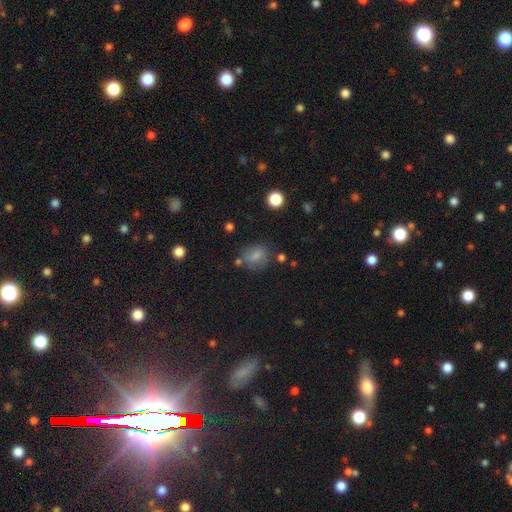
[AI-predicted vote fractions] Q: Smooth or featured?
A: smooth (68%); runner-up: featured or disk (19%)
Q: How rounded?
A: round (59%); runner-up: in between (39%)
Q: Merging?
A: none (62%); runner-up: minor disturbance (20%)